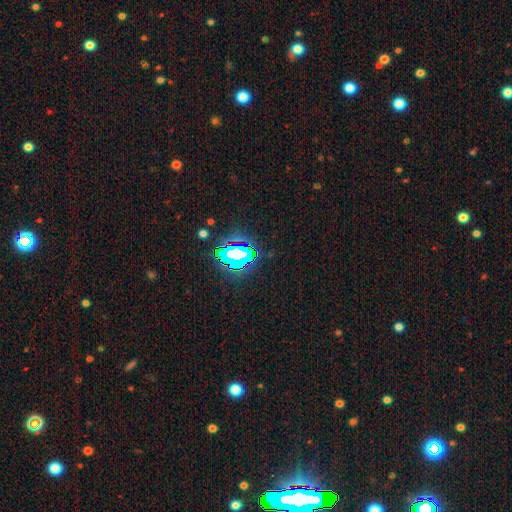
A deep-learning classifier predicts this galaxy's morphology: Smooth or featured?
  - star or artifact: 81% *
  - smooth: 12%
  - featured or disk: 7%